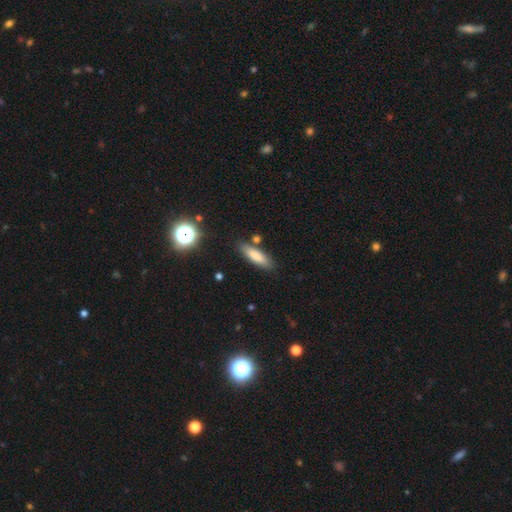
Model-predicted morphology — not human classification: Smooth or featured: smooth — 79% (featured or disk — 13%)
How rounded: cigar-shaped — 56% (in between — 42%)
Merging: none — 81% (minor disturbance — 12%)